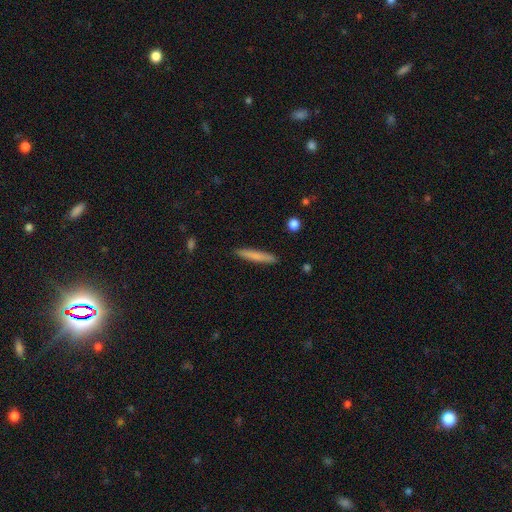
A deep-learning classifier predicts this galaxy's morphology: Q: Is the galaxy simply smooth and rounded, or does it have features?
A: smooth — 75%.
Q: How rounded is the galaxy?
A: cigar-shaped — 94%.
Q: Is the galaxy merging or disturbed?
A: none — 90%.